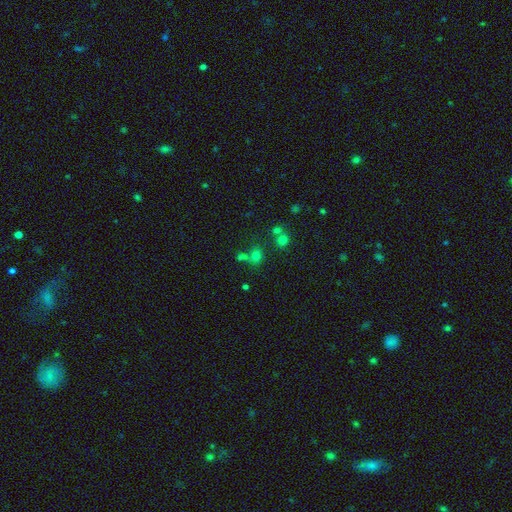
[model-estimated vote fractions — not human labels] Q: Smooth or featured?
A: smooth (64%); runner-up: star or artifact (26%)
Q: How rounded?
A: round (74%); runner-up: in between (25%)
Q: Merging?
A: none (57%); runner-up: merger (28%)